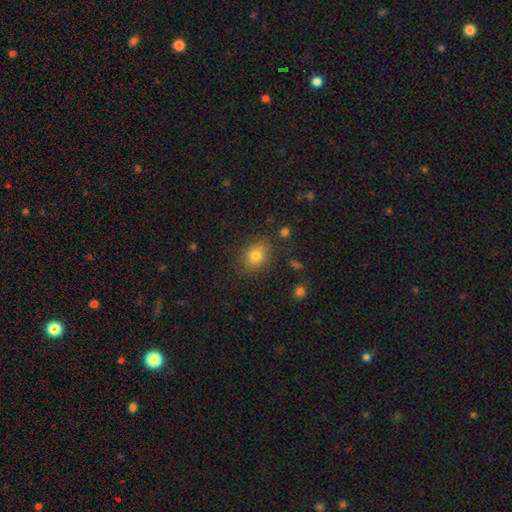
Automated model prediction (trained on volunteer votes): Morphology: type=smooth (79%); roundness=round (57%); merging=none (79%).